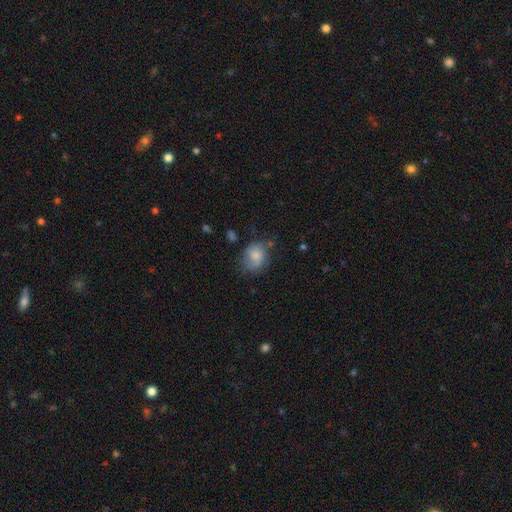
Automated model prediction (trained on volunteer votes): smooth_or_featured: smooth (p=0.74) [alt: featured or disk p=0.17]
how_rounded: round (p=0.54) [alt: in between p=0.45]
merging: none (p=0.54) [alt: minor disturbance p=0.30]